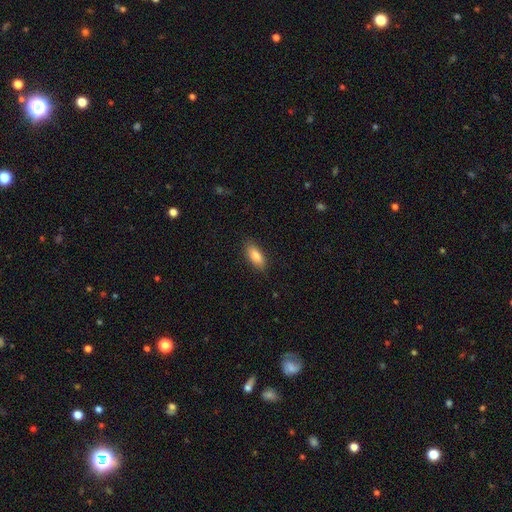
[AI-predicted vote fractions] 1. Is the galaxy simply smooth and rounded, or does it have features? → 85% smooth, 8% featured or disk, 7% star or artifact.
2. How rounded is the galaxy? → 81% in between, 17% cigar-shaped, 2% round.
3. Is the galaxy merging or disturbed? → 85% none, 11% minor disturbance, 2% major disturbance, 1% merger.